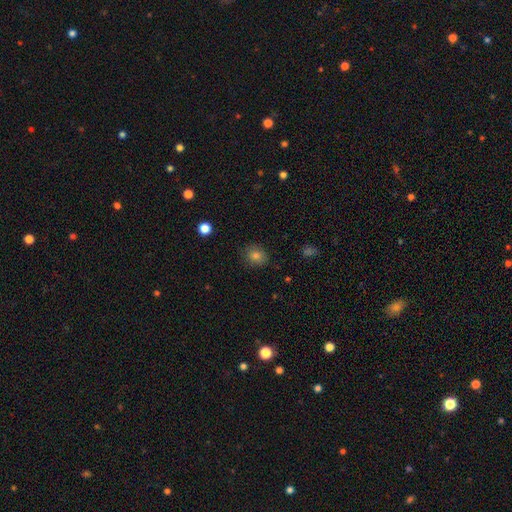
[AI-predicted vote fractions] This is likely a smooth galaxy (80%). How rounded: likely round (68%). Merging: clearly none (86%).